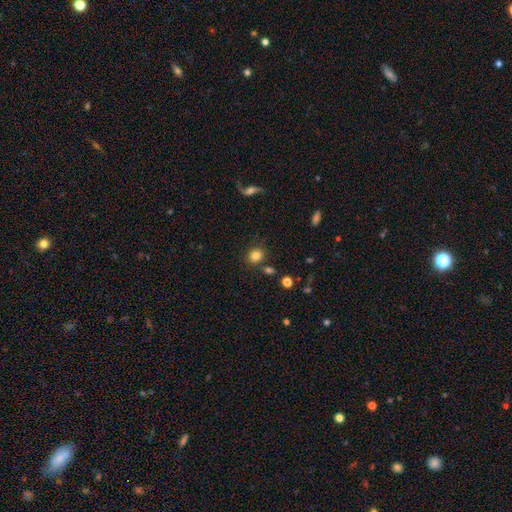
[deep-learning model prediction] This is clearly a smooth galaxy (83%). How rounded: likely round (77%). Merging: likely none (79%).